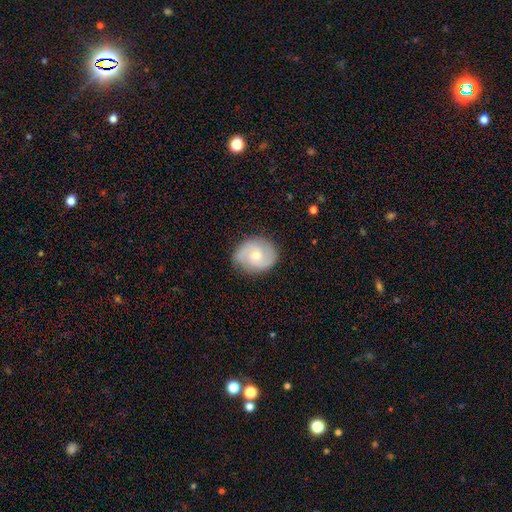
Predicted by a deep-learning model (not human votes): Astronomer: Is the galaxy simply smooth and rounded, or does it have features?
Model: featured or disk — 69%.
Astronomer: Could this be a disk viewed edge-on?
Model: no — 98%.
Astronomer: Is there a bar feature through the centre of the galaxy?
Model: no — 63%.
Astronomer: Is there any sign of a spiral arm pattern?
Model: yes — 93%.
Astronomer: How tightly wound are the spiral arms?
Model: medium — 48% (runner-up: tight, 37%).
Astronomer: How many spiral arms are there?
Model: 2 — 75%.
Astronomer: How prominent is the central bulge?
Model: small — 48%, tied with moderate at 48%.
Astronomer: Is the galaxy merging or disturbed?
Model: none — 81%.